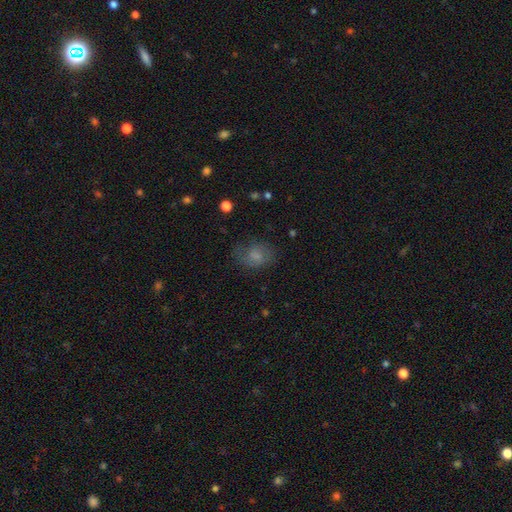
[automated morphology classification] Smooth or featured? smooth (69%)
How rounded? in between (59%)
Merging? none (59%)